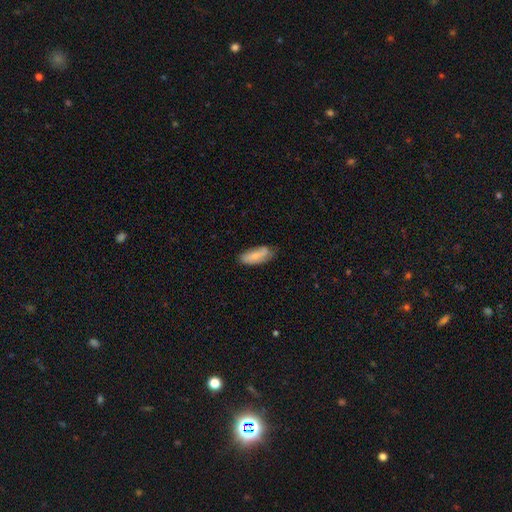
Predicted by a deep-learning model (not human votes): Smooth or featured?
  - smooth: 68% *
  - featured or disk: 25%
  - star or artifact: 6%
How rounded?
  - in between: 78% *
  - cigar-shaped: 21%
  - round: 2%
Merging?
  - none: 69% *
  - minor disturbance: 25%
  - major disturbance: 5%
  - merger: 2%